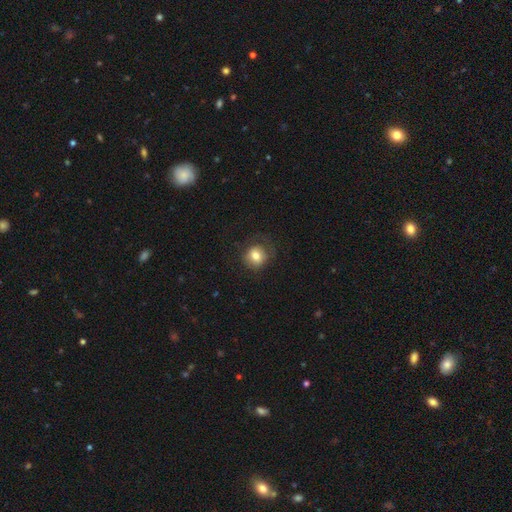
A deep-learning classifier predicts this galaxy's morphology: Smooth or featured? smooth (76%)
How rounded? round (87%)
Merging? none (71%)